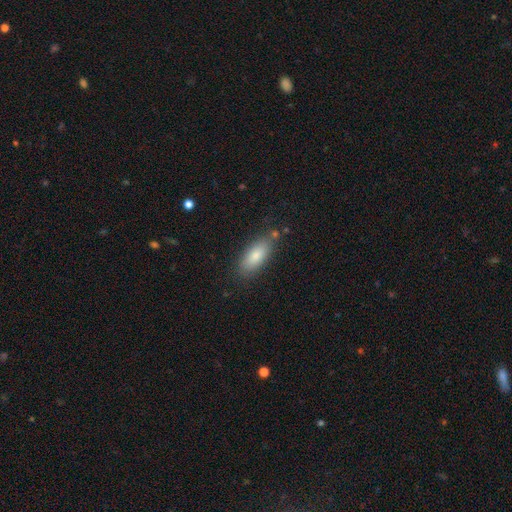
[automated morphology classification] smooth 83%, featured or disk 11%, star or artifact 7%. Down the decision tree: how rounded — in between (80%); merging — none (79%).